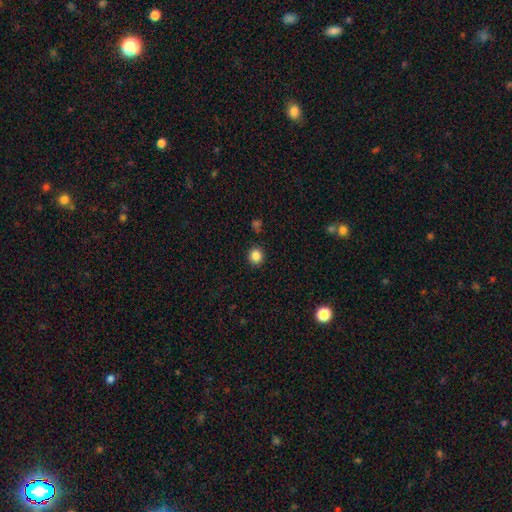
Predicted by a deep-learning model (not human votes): Q: Smooth or featured?
A: smooth (86%); runner-up: star or artifact (11%)
Q: How rounded?
A: round (89%); runner-up: in between (10%)
Q: Merging?
A: none (89%); runner-up: minor disturbance (7%)